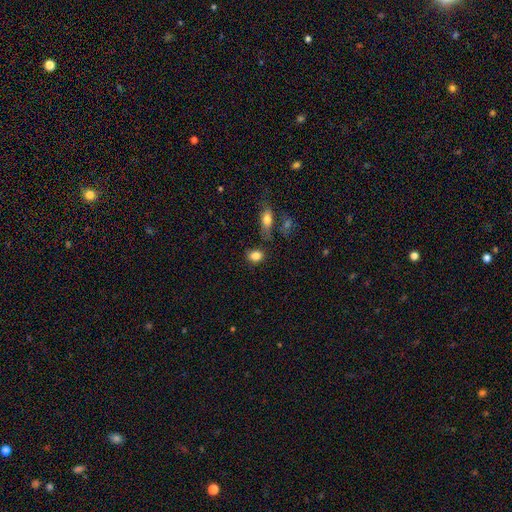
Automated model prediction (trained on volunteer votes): Smooth or featured?
  - smooth: 84% *
  - star or artifact: 9%
  - featured or disk: 8%
How rounded?
  - in between: 62% *
  - round: 36%
  - cigar-shaped: 2%
Merging?
  - none: 70% *
  - minor disturbance: 18%
  - merger: 7%
  - major disturbance: 5%